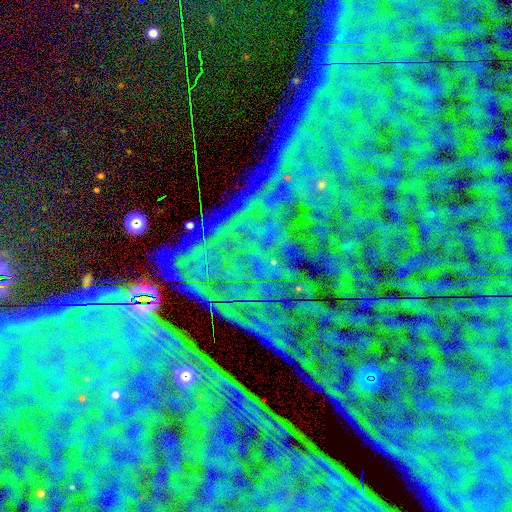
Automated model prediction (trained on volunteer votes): Smooth or featured?
  - star or artifact: 84% *
  - featured or disk: 9%
  - smooth: 7%